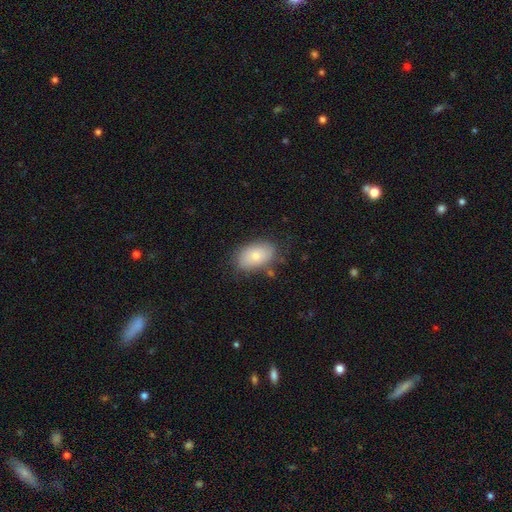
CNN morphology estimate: Q: Smooth or featured?
A: smooth (75%); runner-up: featured or disk (17%)
Q: How rounded?
A: in between (91%); runner-up: round (8%)
Q: Merging?
A: none (76%); runner-up: minor disturbance (17%)